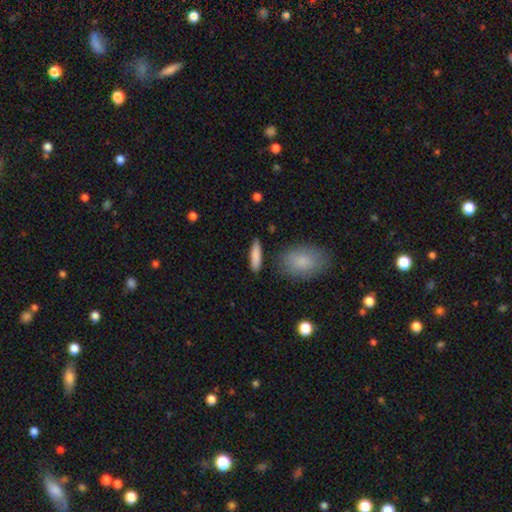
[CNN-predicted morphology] type=smooth (85%); roundness=cigar-shaped (67%); merging=none (84%).